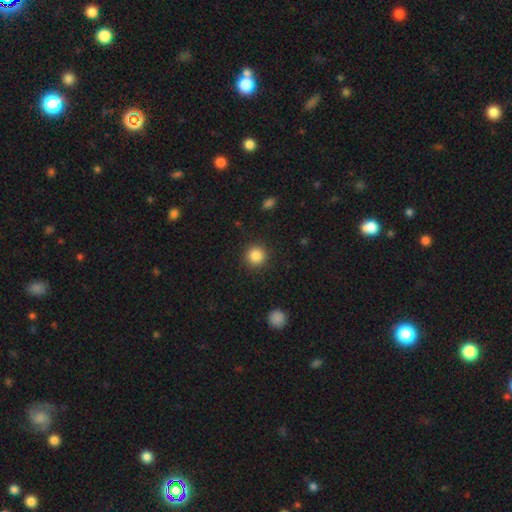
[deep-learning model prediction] Morphology: type=smooth (86%); roundness=round (95%); merging=none (91%).